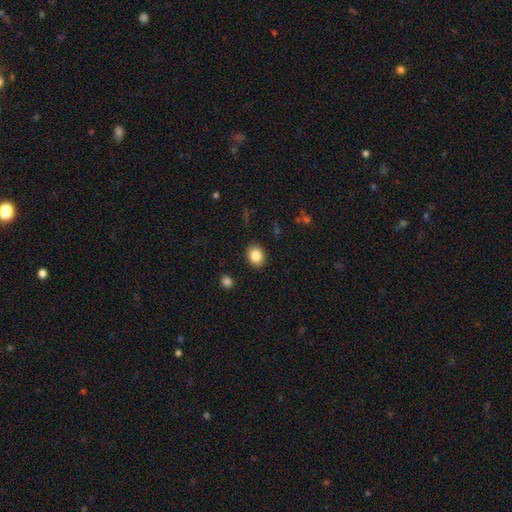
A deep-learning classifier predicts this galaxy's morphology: A smooth galaxy with no disk features (84%) that is round (52%).

Vote fractions:
- Smooth or featured? smooth: 84% / star or artifact: 9% / featured or disk: 7%
- How rounded? round: 52% / in between: 47% / cigar-shaped: 1%
- Merging? none: 90% / minor disturbance: 7% / major disturbance: 2% / merger: 1%